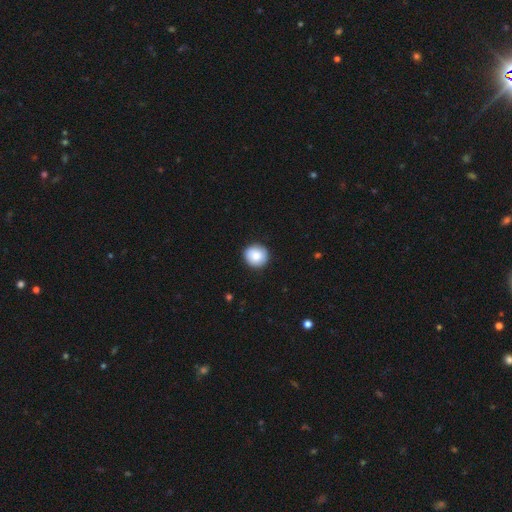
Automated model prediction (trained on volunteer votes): A smooth galaxy with no disk features (85%) that is round (91%).

Vote fractions:
- Smooth or featured? smooth: 85% / star or artifact: 8% / featured or disk: 8%
- How rounded? round: 91% / in between: 8% / cigar-shaped: 1%
- Merging? none: 90% / minor disturbance: 8% / major disturbance: 2% / merger: 1%